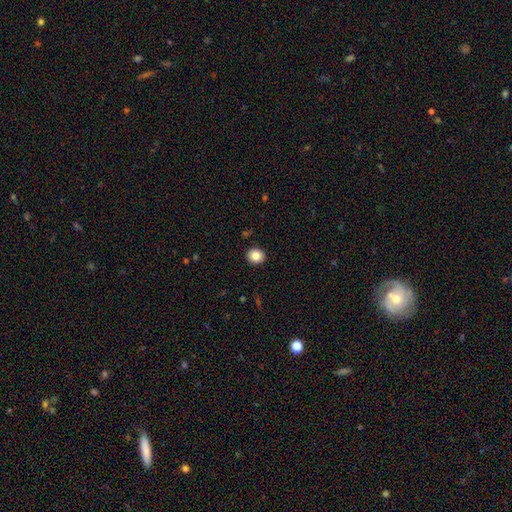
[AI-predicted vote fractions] Q: Smooth or featured?
A: smooth (84%); runner-up: star or artifact (10%)
Q: How rounded?
A: round (76%); runner-up: in between (24%)
Q: Merging?
A: none (92%); runner-up: minor disturbance (6%)